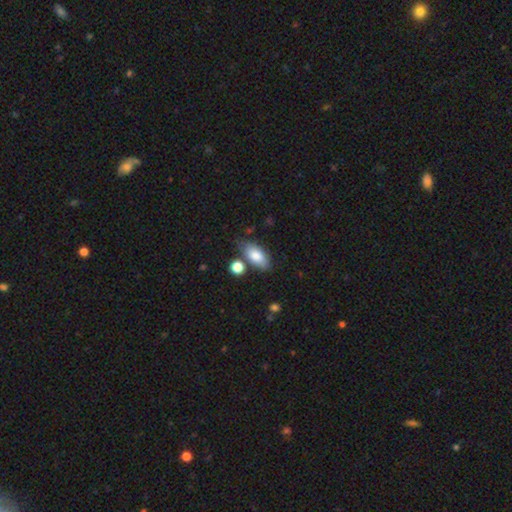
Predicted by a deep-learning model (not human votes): Overall: smooth (80%). How rounded: in between (89%). Merging: none (71%).